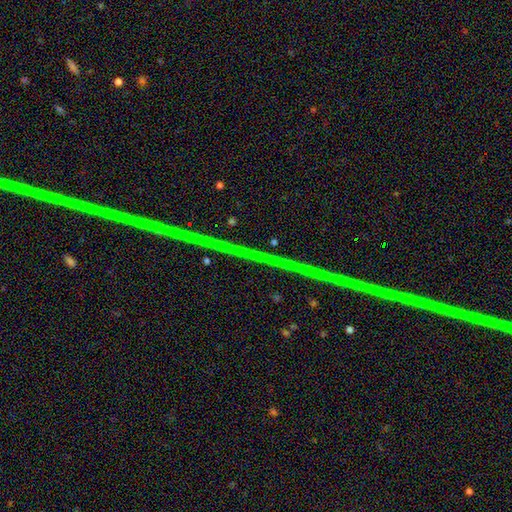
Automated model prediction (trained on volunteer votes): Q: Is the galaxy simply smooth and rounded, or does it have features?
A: star or artifact — 77%.